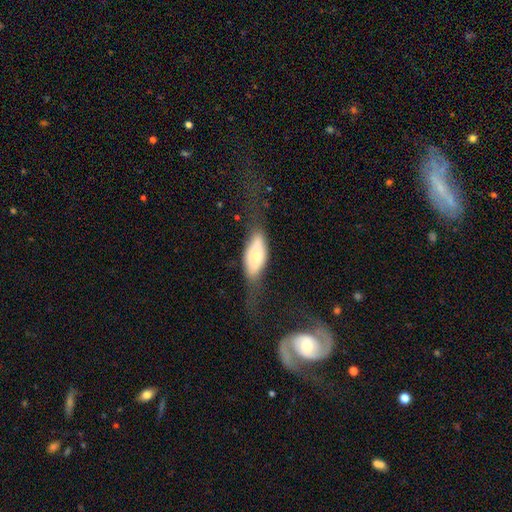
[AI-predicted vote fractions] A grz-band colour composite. It shows a smooth galaxy with no disk features (58%) that is in between round and cigar-shaped (80%). Merging: none (38%).